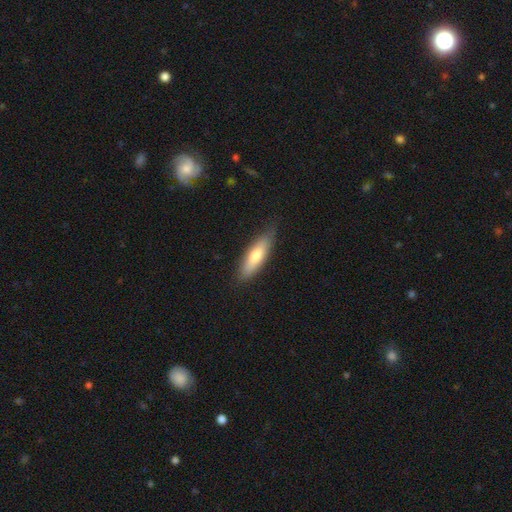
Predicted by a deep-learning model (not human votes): The model was most divided on "how rounded": cigar-shaped: 58%, in between: 40%, round: 2%. More confident: merging — none (81%); smooth or featured — smooth (70%).